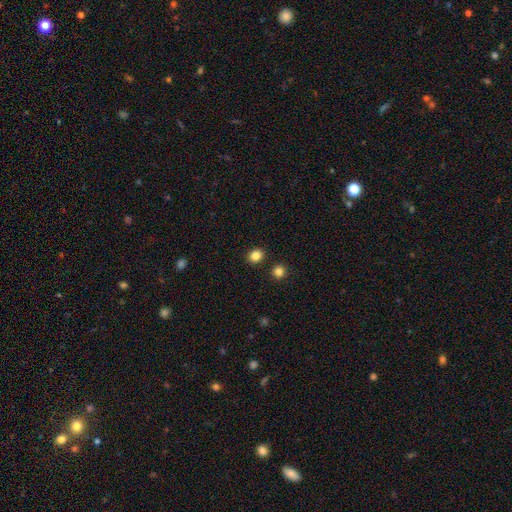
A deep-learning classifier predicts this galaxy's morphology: Q: Smooth or featured?
A: smooth (85%); runner-up: star or artifact (11%)
Q: How rounded?
A: round (67%); runner-up: in between (32%)
Q: Merging?
A: none (89%); runner-up: minor disturbance (6%)